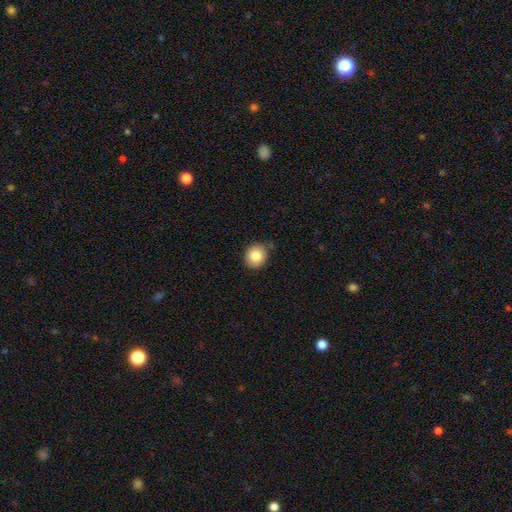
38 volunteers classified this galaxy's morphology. smooth 82%, featured or disk 11%, star or artifact 8%. Down the decision tree: how rounded — round (74%); merging — none (77%).